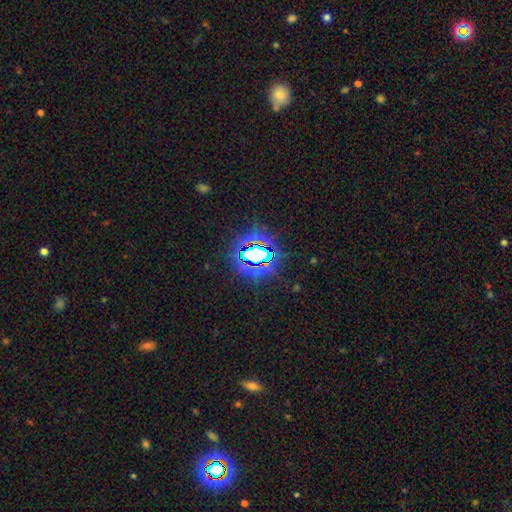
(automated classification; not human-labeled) A star or artifact, not a galaxy (72%).

Vote fractions:
- Smooth or featured? star or artifact: 72% / smooth: 16% / featured or disk: 11%